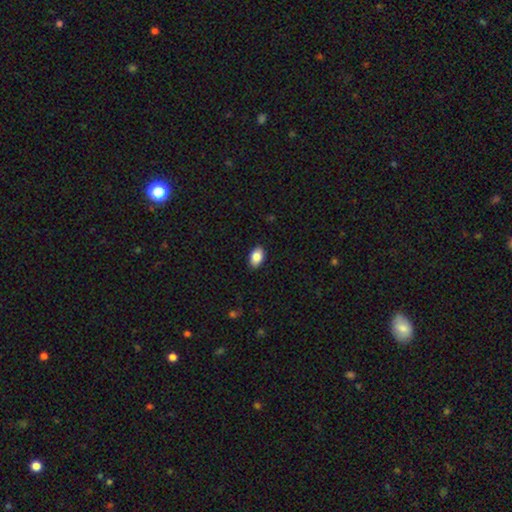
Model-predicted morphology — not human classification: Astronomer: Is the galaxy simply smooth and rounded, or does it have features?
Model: smooth — 86%.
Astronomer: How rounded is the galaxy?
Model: in between — 91%.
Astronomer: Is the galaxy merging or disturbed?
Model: none — 88%.